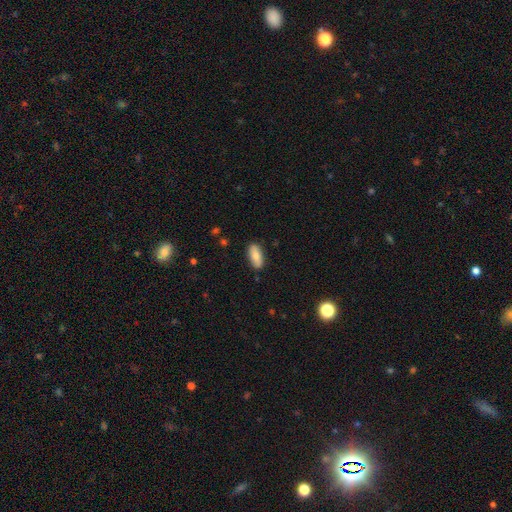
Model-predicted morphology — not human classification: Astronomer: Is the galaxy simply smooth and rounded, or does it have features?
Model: smooth — 81%.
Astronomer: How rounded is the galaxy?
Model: in between — 83%.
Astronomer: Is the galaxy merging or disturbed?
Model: none — 87%.